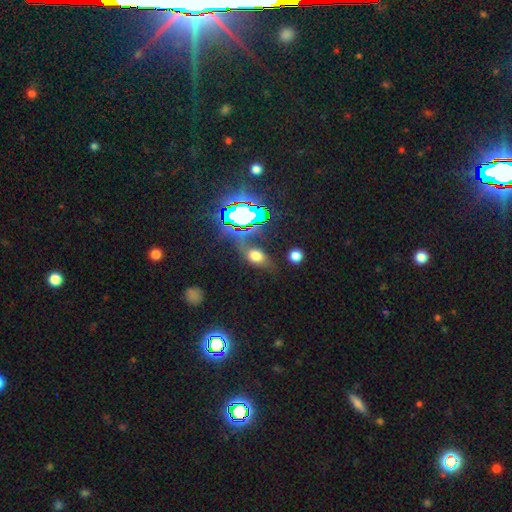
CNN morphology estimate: Smooth or featured? smooth (52%)
How rounded? in between (76%)
Merging? none (52%)